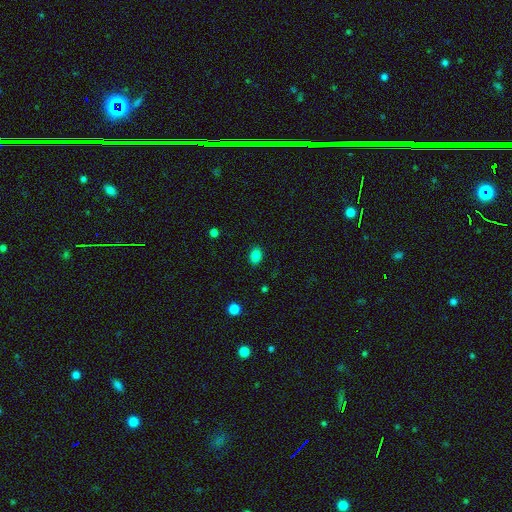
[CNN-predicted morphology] Smooth or featured? Predicted: smooth (p=0.84). How rounded? Predicted: in between (p=0.76). Merging? Predicted: none (p=0.87).